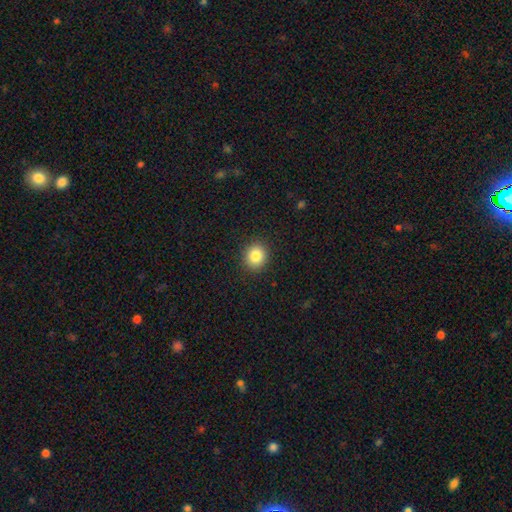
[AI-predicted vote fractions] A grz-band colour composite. It shows a smooth galaxy with no disk features (85%) that is round (81%). Merging: none (91%).